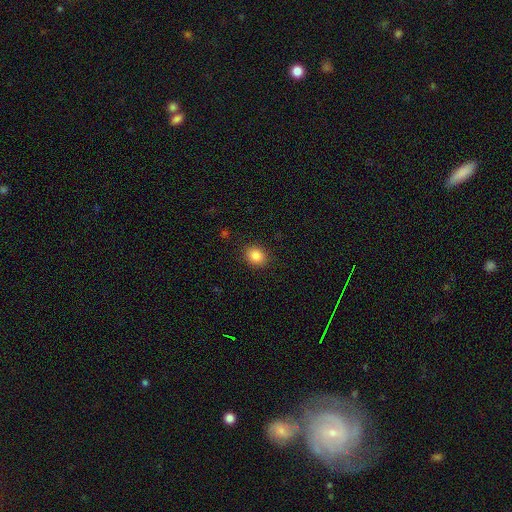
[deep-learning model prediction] The model was most divided on "how rounded": round: 58%, in between: 41%, cigar-shaped: 1%. More confident: merging — none (88%); smooth or featured — smooth (86%).